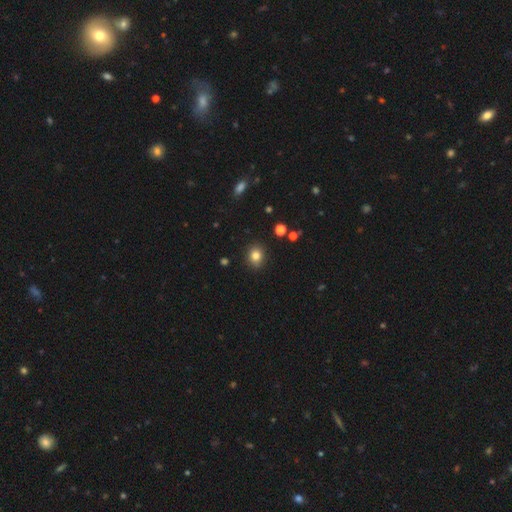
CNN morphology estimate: Smooth or featured? Predicted: smooth (p=0.81). How rounded? Predicted: round (p=0.67). Merging? Predicted: none (p=0.89).